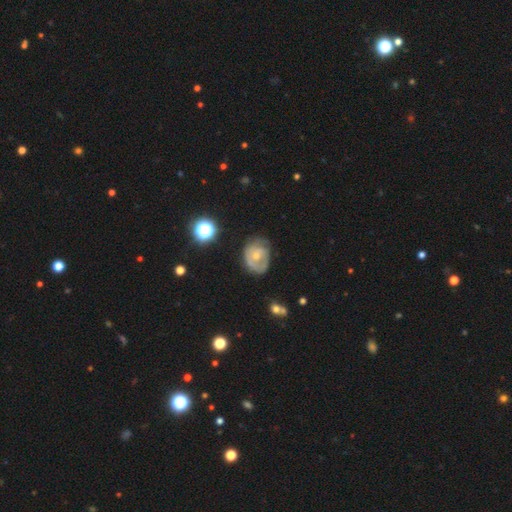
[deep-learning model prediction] The model was most divided on "bulge size": small: 57%, moderate: 38%, none: 3%, large: 2%, dominant: 1%. More confident: edge-on disk — no (97%); bar — no (77%); spiral arms — yes (69%); smooth or featured — featured or disk (61%); merging — none (50%).